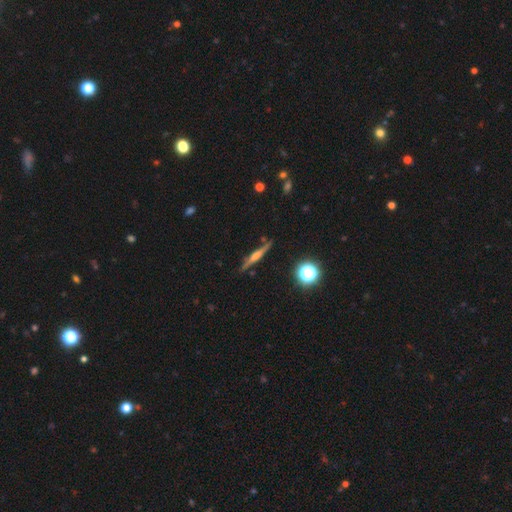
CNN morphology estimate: The model was most divided on "smooth or featured": featured or disk: 61%, smooth: 29%, star or artifact: 10%. More confident: edge-on disk — yes (96%); merging — none (85%); edge-on bulge — rounded (59%).